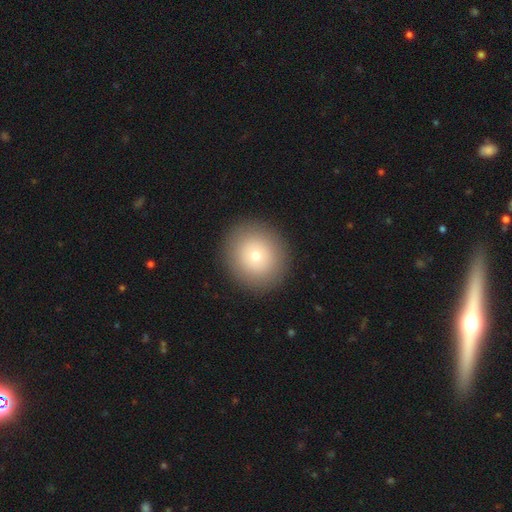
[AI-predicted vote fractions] Q: Smooth or featured?
A: smooth (74%); runner-up: featured or disk (15%)
Q: How rounded?
A: round (90%); runner-up: in between (9%)
Q: Merging?
A: none (91%); runner-up: minor disturbance (6%)